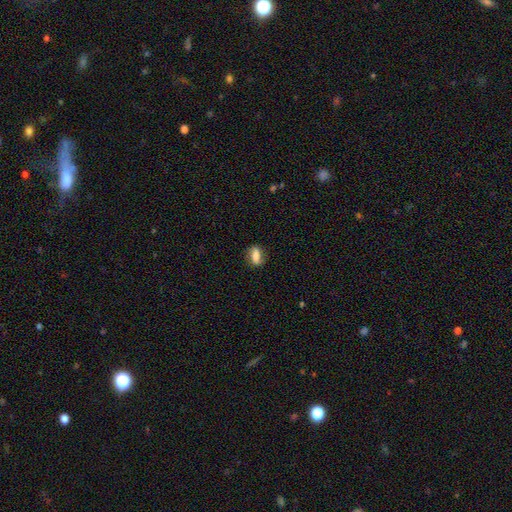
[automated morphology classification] Smooth or featured: smooth — 64% (featured or disk — 28%)
How rounded: in between — 70% (cigar-shaped — 20%)
Merging: none — 78% (minor disturbance — 16%)